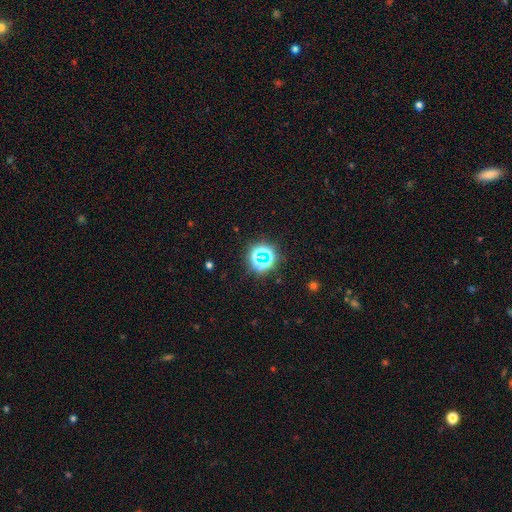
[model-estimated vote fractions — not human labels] smooth-or-featured: star or artifact: 70% | smooth: 21% | featured or disk: 9%